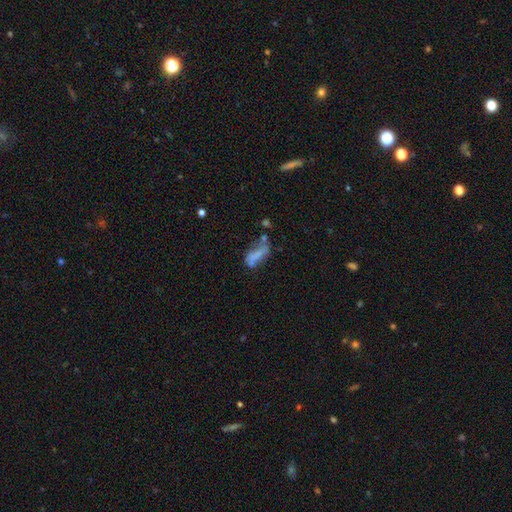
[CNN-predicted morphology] A smooth galaxy with no disk features (53%) that is in between round and cigar-shaped (76%).

Vote fractions:
- Smooth or featured? smooth: 53% / featured or disk: 35% / star or artifact: 12%
- How rounded? in between: 76% / cigar-shaped: 20% / round: 4%
- Merging? none: 31% / major disturbance: 25% / minor disturbance: 23% / merger: 21%